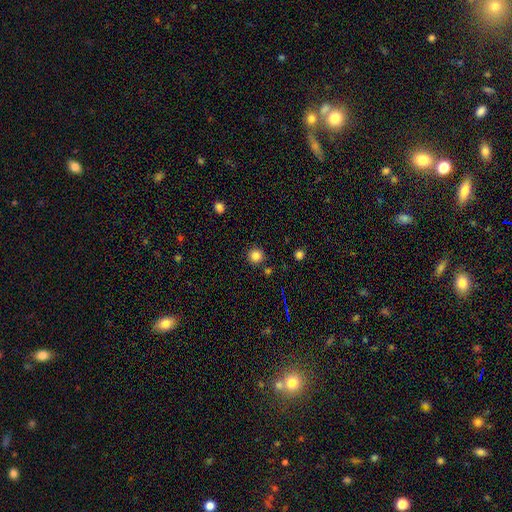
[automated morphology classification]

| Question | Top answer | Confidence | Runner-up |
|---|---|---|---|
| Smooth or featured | smooth | 83% | star or artifact (12%) |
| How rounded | round | 93% | in between (6%) |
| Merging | none | 87% | minor disturbance (7%) |